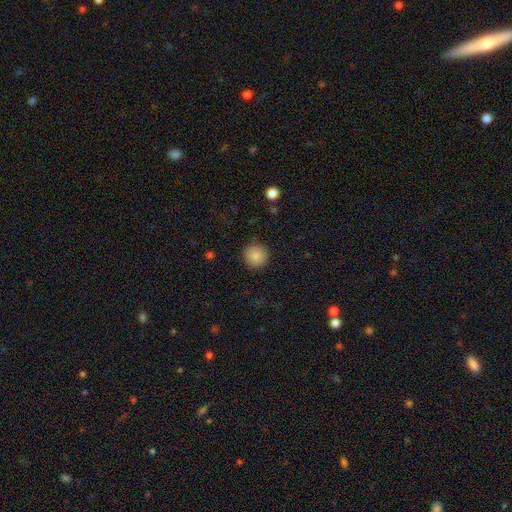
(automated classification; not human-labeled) This is clearly a smooth galaxy (85%). How rounded: clearly round (95%). Merging: clearly none (90%).